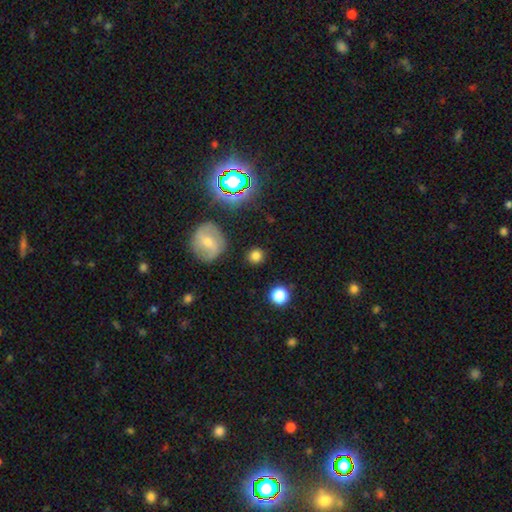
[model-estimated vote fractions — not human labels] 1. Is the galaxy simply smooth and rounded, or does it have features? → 77% smooth, 15% star or artifact, 9% featured or disk.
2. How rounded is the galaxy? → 89% round, 10% in between, 1% cigar-shaped.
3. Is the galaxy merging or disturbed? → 86% none, 8% minor disturbance, 3% major disturbance, 3% merger.